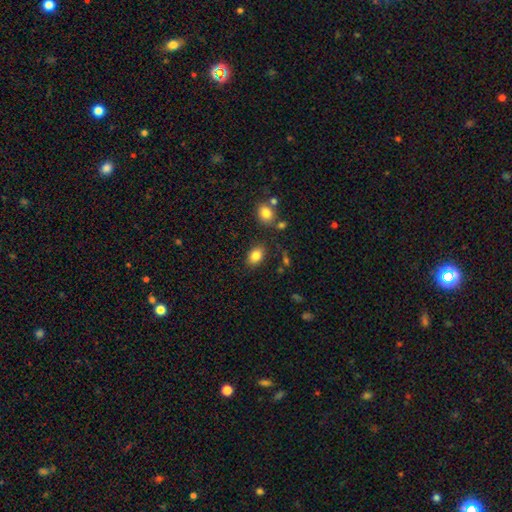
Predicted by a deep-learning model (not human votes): A smooth galaxy with no disk features (84%) that is in between round and cigar-shaped (80%). Merging: none (82%).